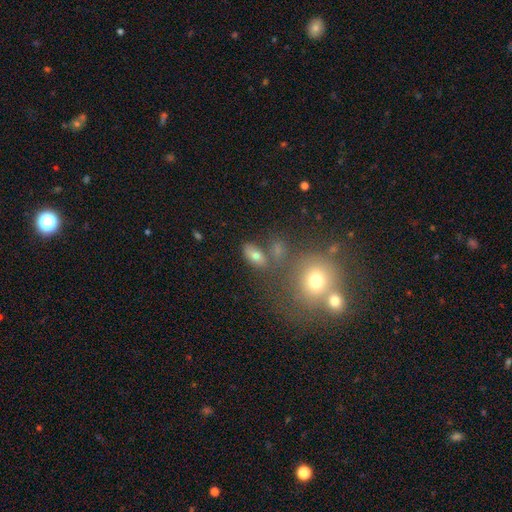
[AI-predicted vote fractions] Morphology: type=smooth (70%); roundness=in between (82%); merging=none (66%).